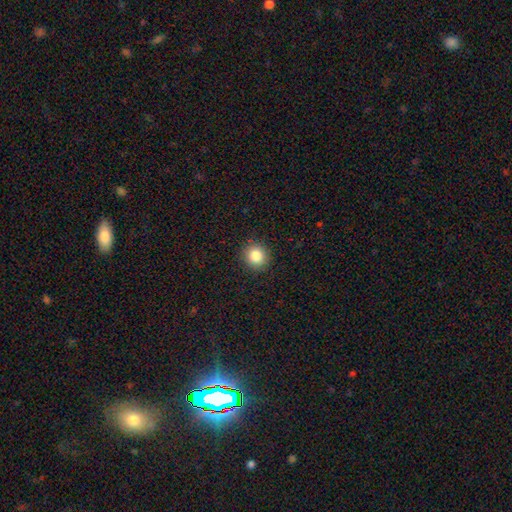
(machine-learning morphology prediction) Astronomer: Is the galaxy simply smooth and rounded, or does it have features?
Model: smooth — 85%.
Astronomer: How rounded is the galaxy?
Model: round — 90%.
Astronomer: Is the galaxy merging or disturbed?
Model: none — 91%.